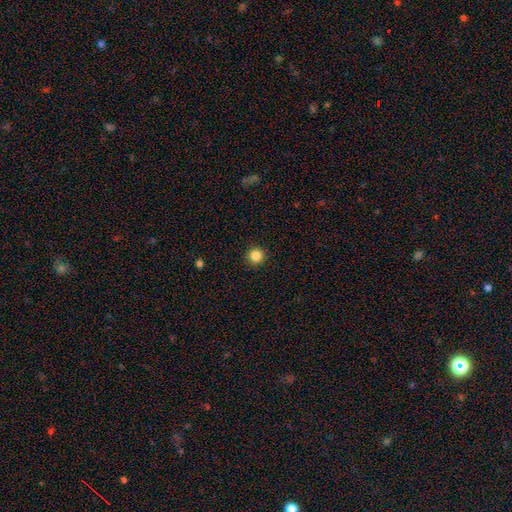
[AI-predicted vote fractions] smooth 85%, star or artifact 11%, featured or disk 4%. Down the decision tree: how rounded — round (96%); merging — none (93%).